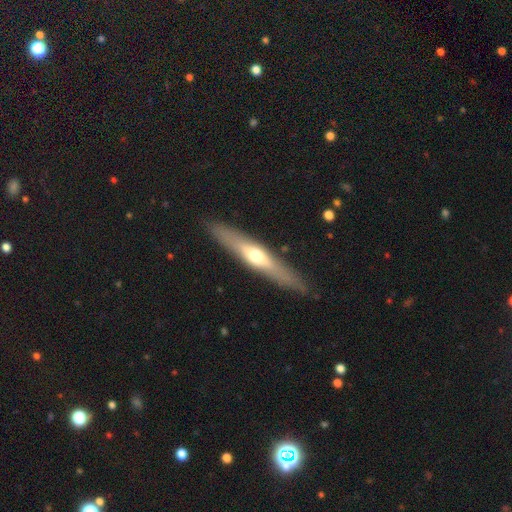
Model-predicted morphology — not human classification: This is possibly a featured or disk galaxy (57%). It is clearly viewed edge-on (87%). Merging: clearly none (87%).